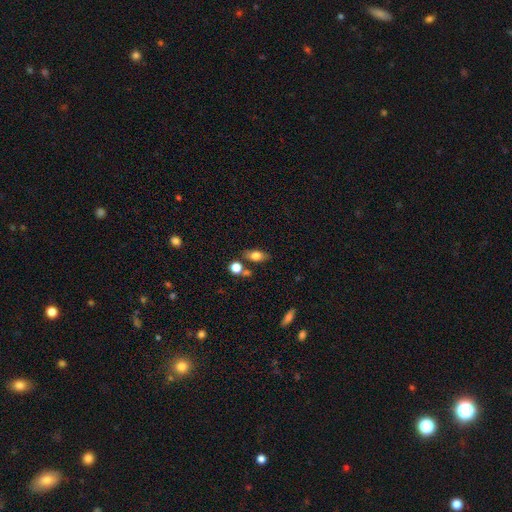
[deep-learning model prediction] This appears to be a smooth galaxy with no disk features (74%) that is in between round and cigar-shaped (79%). Merging: none (73%).